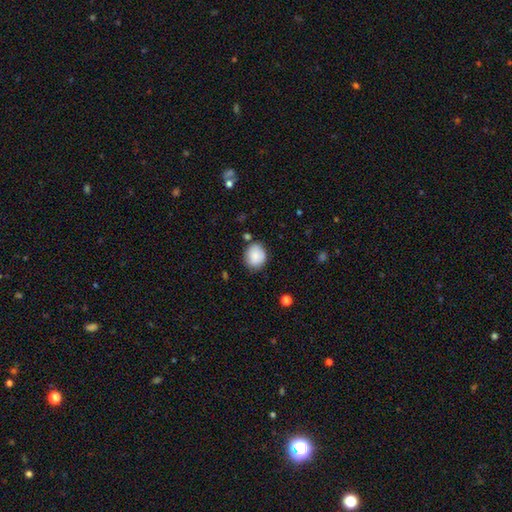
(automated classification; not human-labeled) smooth-or-featured: smooth: 86% | star or artifact: 7% | featured or disk: 6%
  how-rounded: round: 64% | in between: 35% | cigar-shaped: 1%
  merging: none: 76% | minor disturbance: 17% | merger: 4% | major disturbance: 4%